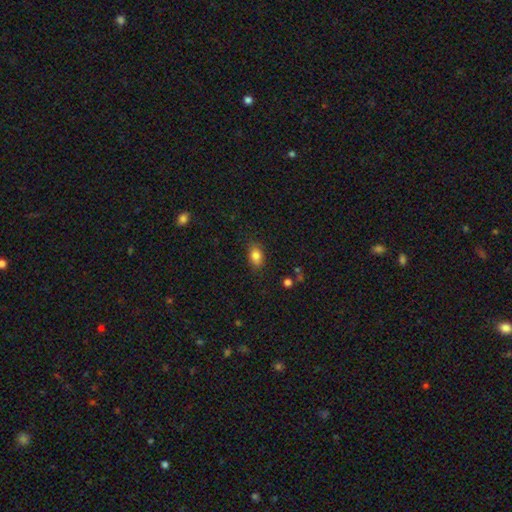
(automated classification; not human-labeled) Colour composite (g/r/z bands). It shows a smooth galaxy with no disk features (83%) that is in between round and cigar-shaped (83%). Merging: none (82%).